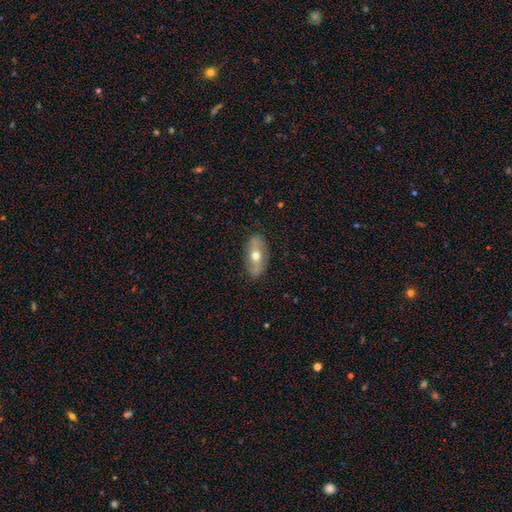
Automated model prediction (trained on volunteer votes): Q: Smooth or featured?
A: featured or disk (50%); runner-up: smooth (43%)
Q: Edge-on disk?
A: no (76%); runner-up: yes (24%)
Q: Merging?
A: none (84%); runner-up: minor disturbance (12%)